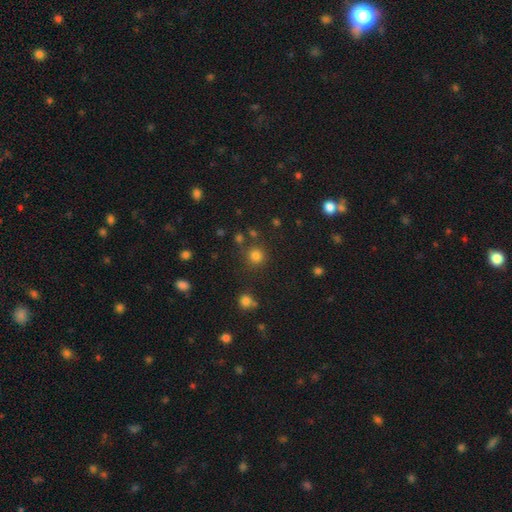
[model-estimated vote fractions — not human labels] A smooth galaxy with no disk features (79%) that is round (92%). Merging: none (80%).